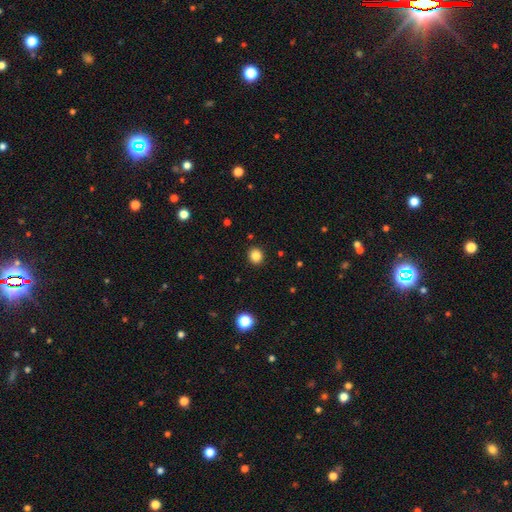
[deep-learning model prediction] Smooth or featured? Predicted: smooth (p=0.84). How rounded? Predicted: round (p=0.85). Merging? Predicted: none (p=0.91).